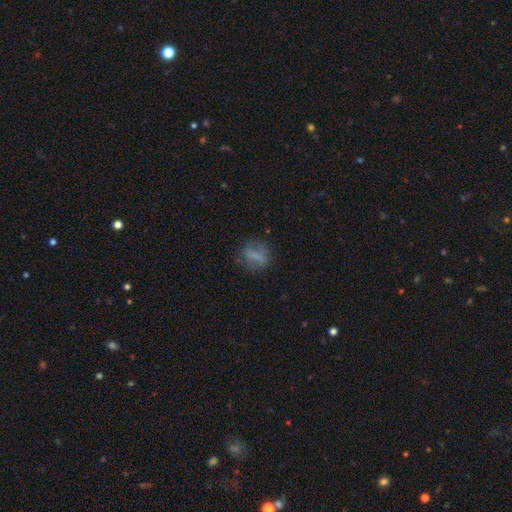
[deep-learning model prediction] A smooth galaxy with no disk features (66%) that is round (46%). Merging: none (72%).